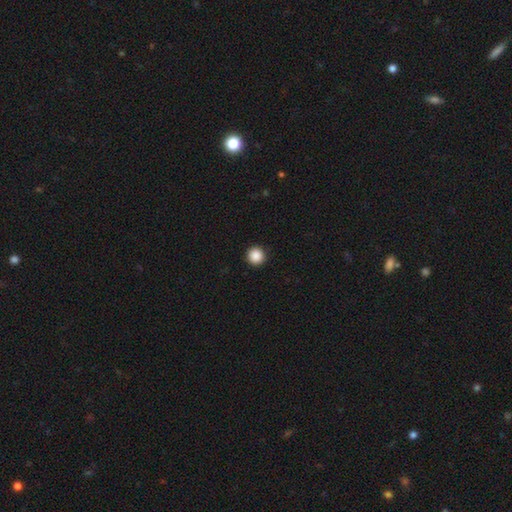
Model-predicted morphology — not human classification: A smooth galaxy with no disk features (88%) that is round (96%). Merging: none (93%).